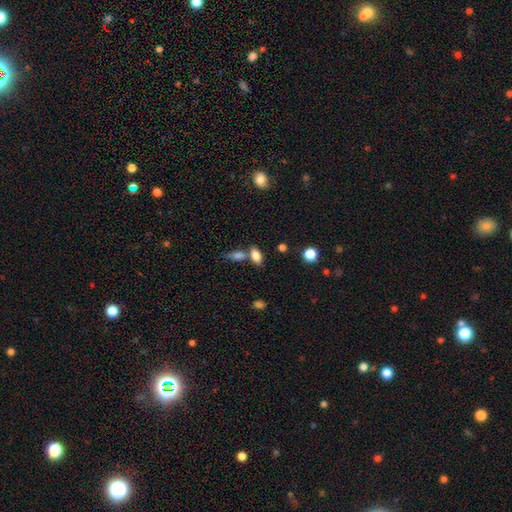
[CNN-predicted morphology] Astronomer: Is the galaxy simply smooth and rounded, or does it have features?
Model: smooth — 80%.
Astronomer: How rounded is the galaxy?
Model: in between — 86%.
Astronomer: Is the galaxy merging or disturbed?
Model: none — 55% (runner-up: merger, 30%).